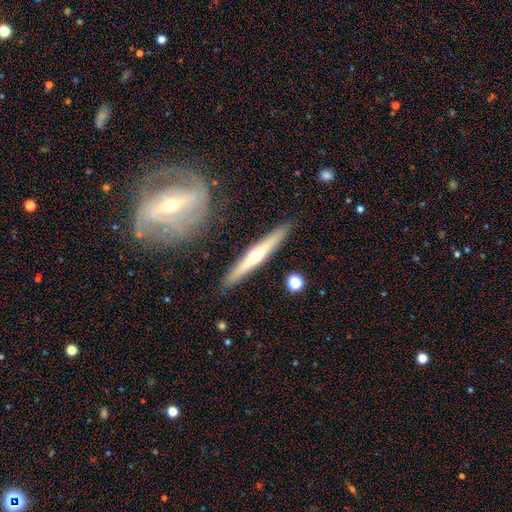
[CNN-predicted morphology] Q: Smooth or featured?
A: featured or disk (63%); runner-up: smooth (31%)
Q: Edge-on disk?
A: yes (96%); runner-up: no (4%)
Q: Edge-on bulge?
A: rounded (85%); runner-up: none (12%)
Q: Merging?
A: none (89%); runner-up: minor disturbance (7%)